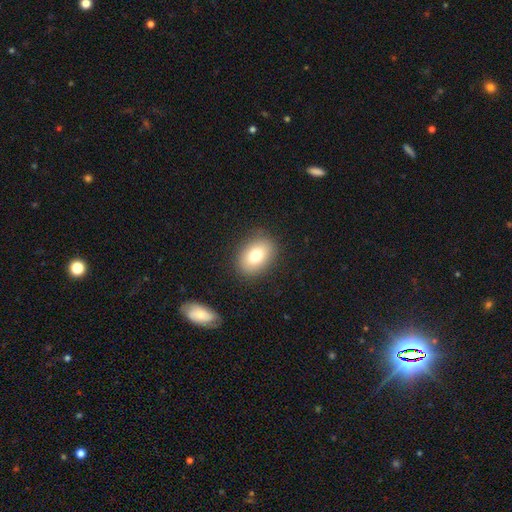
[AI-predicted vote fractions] Overall: smooth (77%). How rounded: in between (77%). Merging: none (87%).